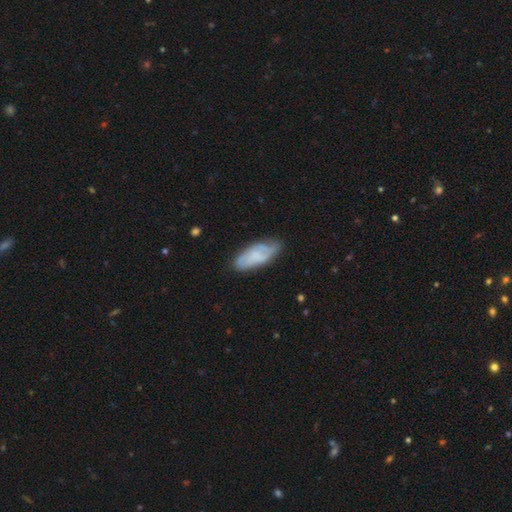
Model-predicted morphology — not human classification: Q: Smooth or featured?
A: smooth (52%); runner-up: featured or disk (41%)
Q: How rounded?
A: in between (78%); runner-up: cigar-shaped (20%)
Q: Merging?
A: none (71%); runner-up: minor disturbance (22%)